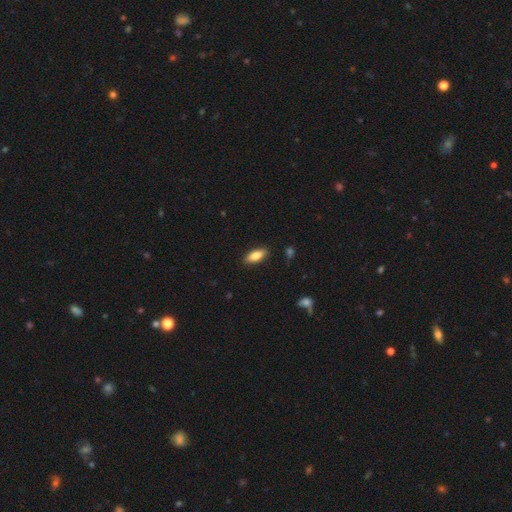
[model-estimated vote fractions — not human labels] Smooth or featured?
  - smooth: 80% *
  - featured or disk: 14%
  - star or artifact: 6%
How rounded?
  - in between: 76% *
  - cigar-shaped: 22%
  - round: 2%
Merging?
  - none: 88% *
  - minor disturbance: 9%
  - major disturbance: 2%
  - merger: 1%